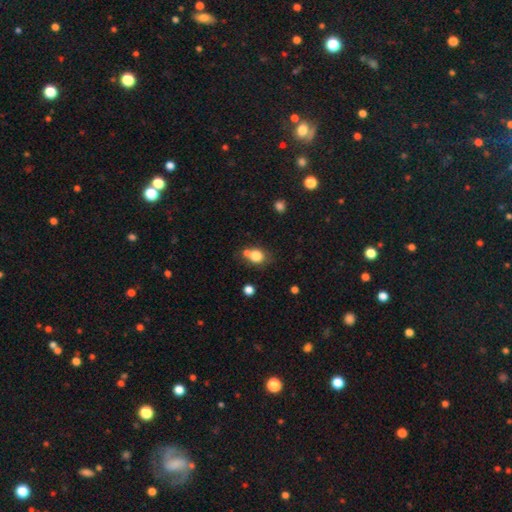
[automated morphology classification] Smooth or featured: smooth — 79% (star or artifact — 11%)
How rounded: round — 69% (in between — 30%)
Merging: none — 51% (merger — 31%)